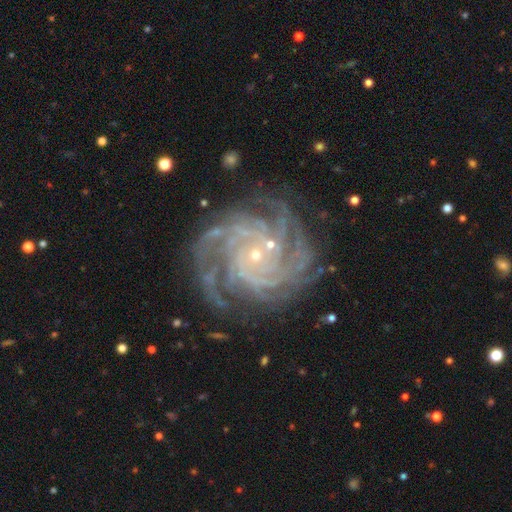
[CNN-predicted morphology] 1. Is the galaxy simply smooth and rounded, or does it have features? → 91% featured or disk, 6% star or artifact, 3% smooth.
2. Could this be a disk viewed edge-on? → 98% no, 2% yes.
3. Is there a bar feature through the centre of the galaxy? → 74% no, 19% weak, 8% strong.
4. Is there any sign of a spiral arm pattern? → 99% yes, 1% no.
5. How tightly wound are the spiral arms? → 75% tight, 22% medium, 3% loose.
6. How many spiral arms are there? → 36% more than 4, 28% 4, 11% can't tell, 10% 3, 7% 2, 7% 1.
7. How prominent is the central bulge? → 86% small, 9% moderate, 2% none, 1% large, 1% dominant.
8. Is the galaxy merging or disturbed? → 76% none, 15% minor disturbance, 6% major disturbance, 3% merger.